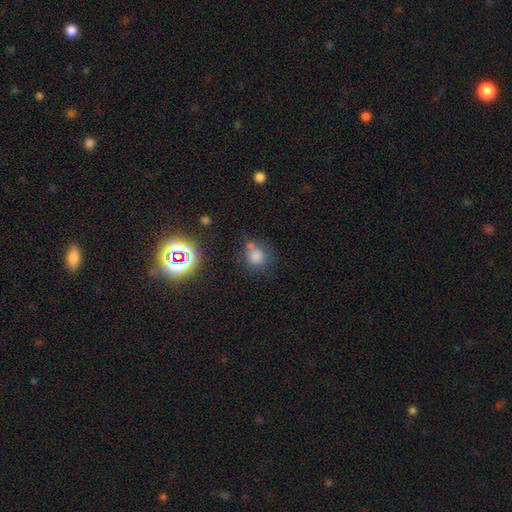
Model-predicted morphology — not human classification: Smooth or featured?
  - smooth: 72% *
  - star or artifact: 20%
  - featured or disk: 8%
How rounded?
  - round: 80% *
  - in between: 18%
  - cigar-shaped: 1%
Merging?
  - none: 57% *
  - merger: 20%
  - minor disturbance: 16%
  - major disturbance: 7%